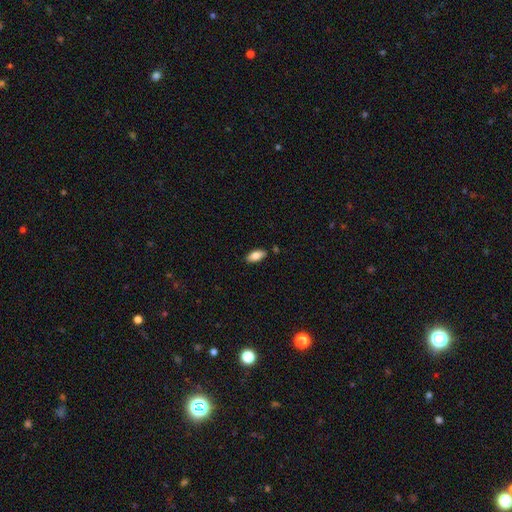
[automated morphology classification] A smooth galaxy with no disk features (83%) that is in between round and cigar-shaped (89%). Merging: none (84%).